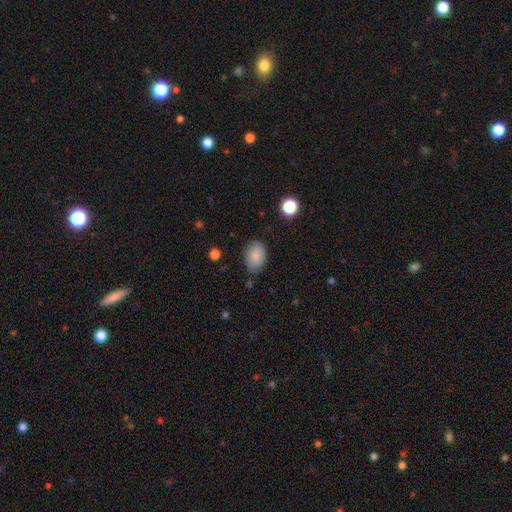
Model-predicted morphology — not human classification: type=smooth (86%); roundness=in between (81%); merging=none (76%).